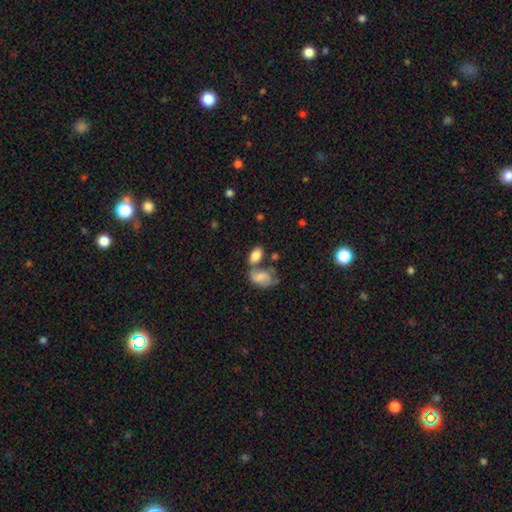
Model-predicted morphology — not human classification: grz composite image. It shows a smooth galaxy with no disk features (80%) that is in between round and cigar-shaped (90%). Merging: none (43%).